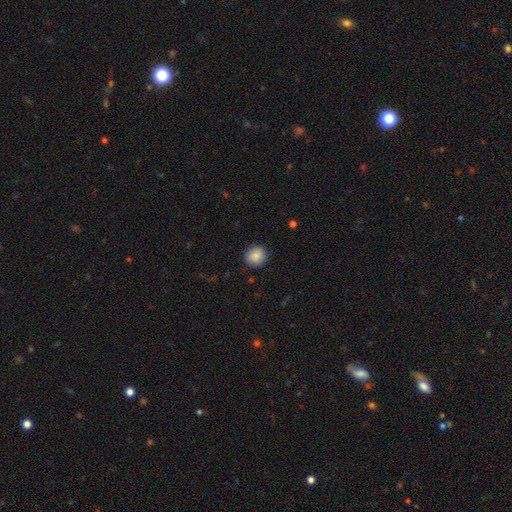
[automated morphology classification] type=smooth (88%); roundness=round (90%); merging=none (90%).